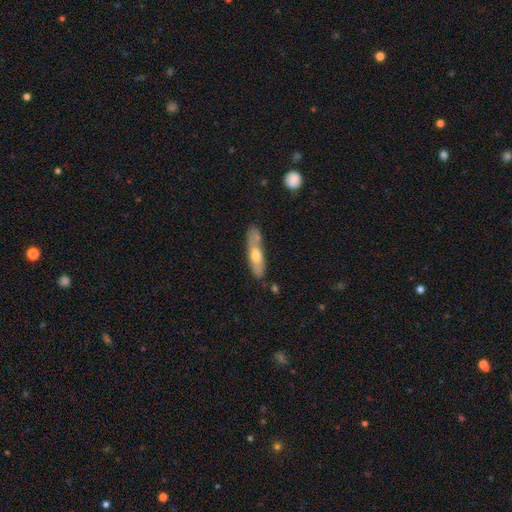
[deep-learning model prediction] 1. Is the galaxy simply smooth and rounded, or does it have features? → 58% smooth, 36% featured or disk, 6% star or artifact.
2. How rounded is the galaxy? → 60% cigar-shaped, 38% in between, 2% round.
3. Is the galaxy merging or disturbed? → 54% none, 22% minor disturbance, 17% merger, 7% major disturbance.